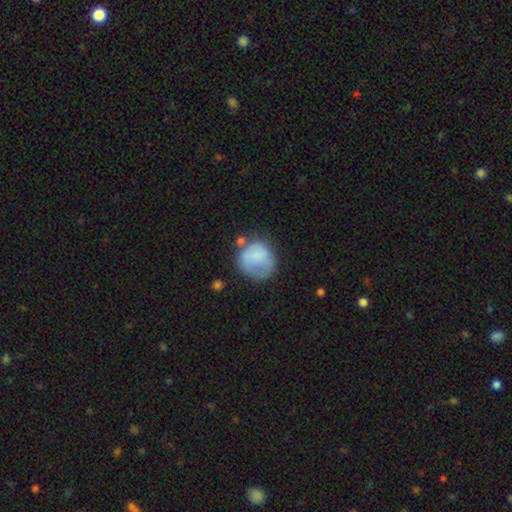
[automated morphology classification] This is likely a smooth galaxy (74%). How rounded: likely round (79%). Merging: possibly none (50%).